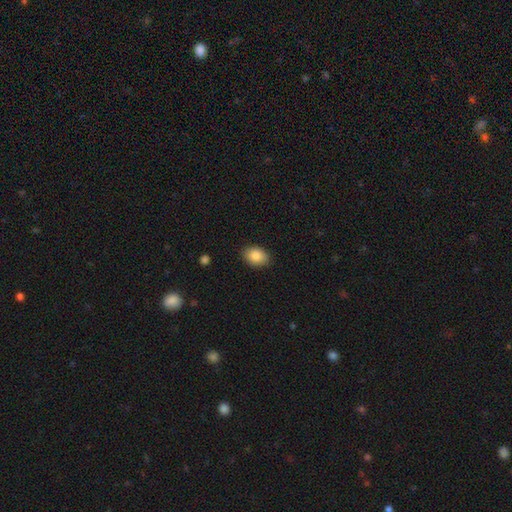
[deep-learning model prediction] Morphology: type=smooth (86%); roundness=in between (78%); merging=none (87%).